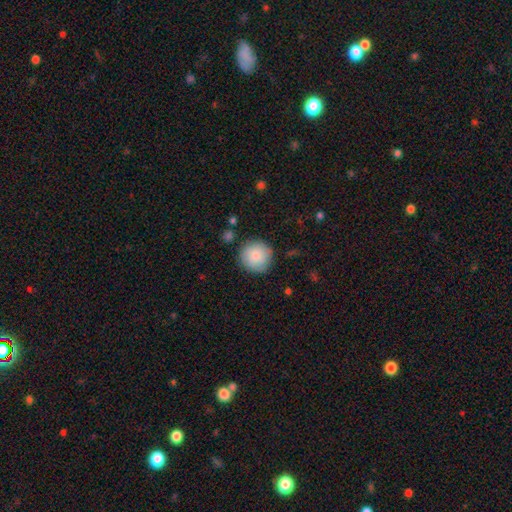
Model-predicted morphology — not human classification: smooth_or_featured: smooth (p=0.87) [alt: featured or disk p=0.07]
how_rounded: round (p=0.95) [alt: in between p=0.04]
merging: none (p=0.86) [alt: minor disturbance p=0.09]